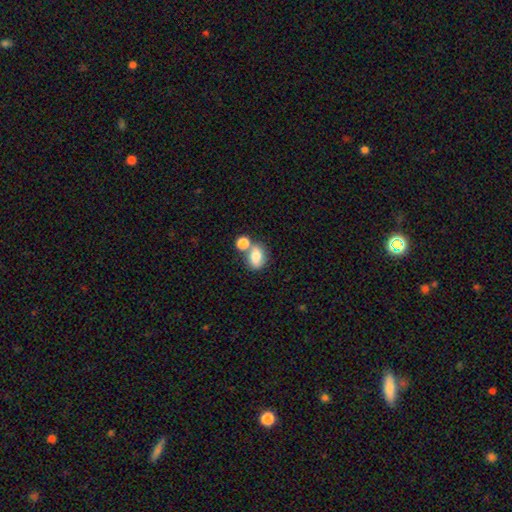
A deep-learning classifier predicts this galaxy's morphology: Smooth or featured: smooth — 78% (featured or disk — 13%)
How rounded: in between — 69% (round — 29%)
Merging: none — 44% (merger — 39%)